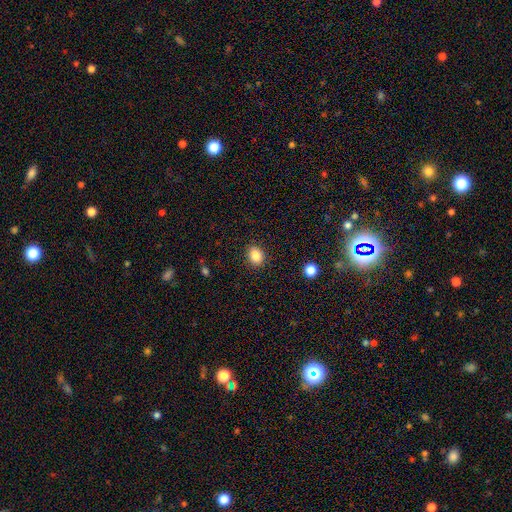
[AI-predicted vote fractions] smooth 86%, star or artifact 10%, featured or disk 5%. Down the decision tree: how rounded — in between (54%); merging — none (88%).